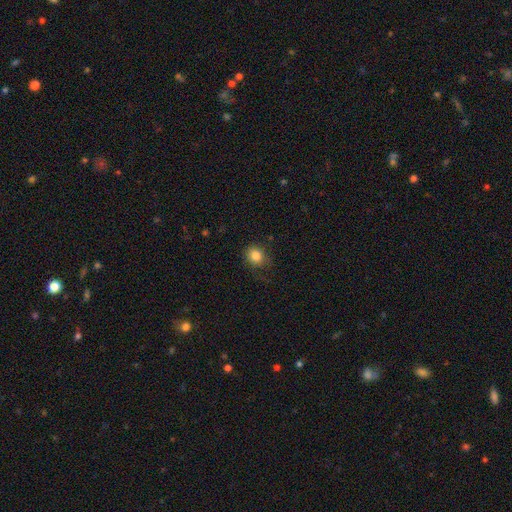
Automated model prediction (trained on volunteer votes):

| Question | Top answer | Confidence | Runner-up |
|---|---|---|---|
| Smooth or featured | smooth | 84% | star or artifact (10%) |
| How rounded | round | 74% | in between (25%) |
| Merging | none | 73% | minor disturbance (18%) |